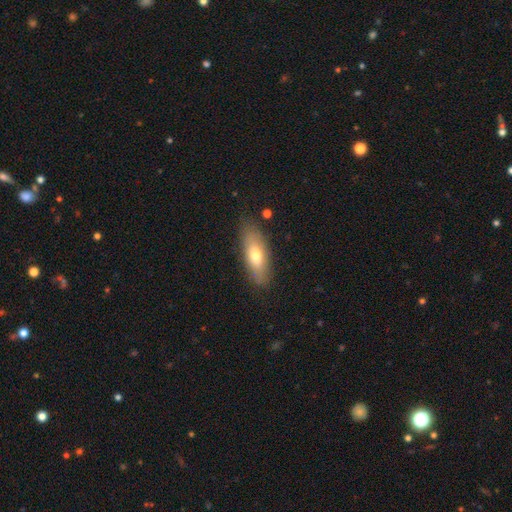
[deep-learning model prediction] smooth_or_featured: smooth (p=0.66) [alt: featured or disk p=0.27]
how_rounded: in between (p=0.66) [alt: cigar-shaped p=0.31]
merging: none (p=0.82) [alt: minor disturbance p=0.13]